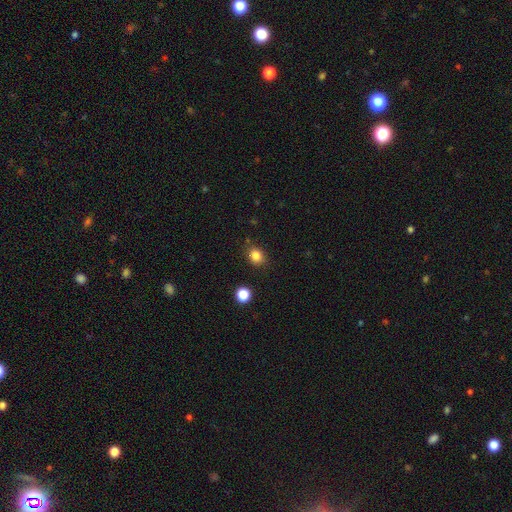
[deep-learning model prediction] Smooth or featured? smooth (83%)
How rounded? round (68%)
Merging? none (84%)